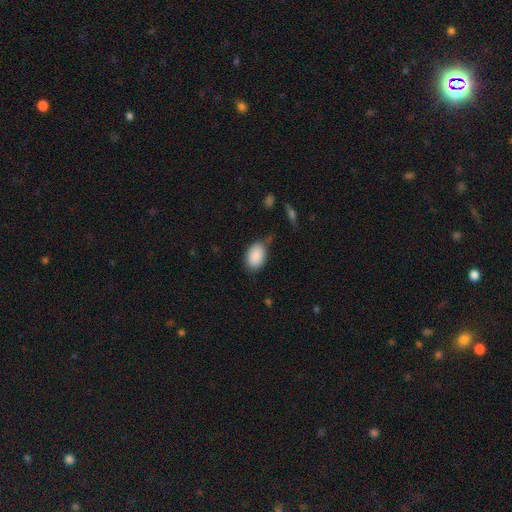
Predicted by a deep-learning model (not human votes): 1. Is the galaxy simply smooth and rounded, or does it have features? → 89% smooth, 7% star or artifact, 4% featured or disk.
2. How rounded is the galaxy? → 88% in between, 11% round, 1% cigar-shaped.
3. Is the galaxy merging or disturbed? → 67% none, 23% minor disturbance, 6% major disturbance, 4% merger.